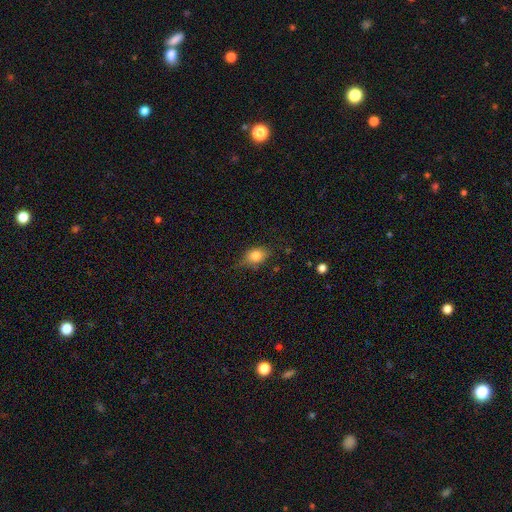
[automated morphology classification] This appears to be a smooth galaxy with no disk features (81%) that is in between round and cigar-shaped (70%). Merging: none (68%).